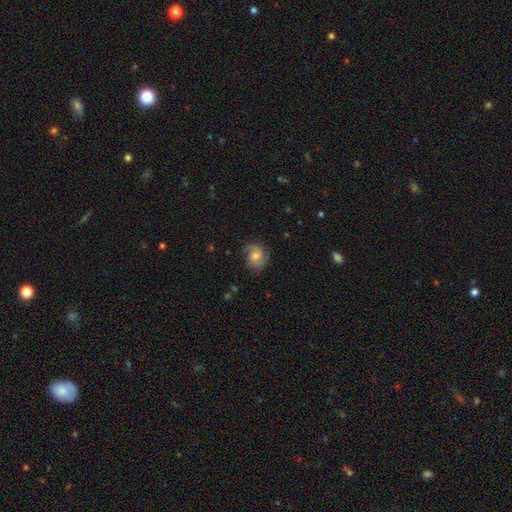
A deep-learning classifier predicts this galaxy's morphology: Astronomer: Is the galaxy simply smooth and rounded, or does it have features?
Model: featured or disk — 61%.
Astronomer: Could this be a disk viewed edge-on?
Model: no — 97%.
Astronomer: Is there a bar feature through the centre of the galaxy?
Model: no — 62%.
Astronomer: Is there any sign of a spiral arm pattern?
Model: yes — 92%.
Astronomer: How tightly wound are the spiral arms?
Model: medium — 45% (runner-up: tight, 32%).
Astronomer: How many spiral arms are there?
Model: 2 — 72%.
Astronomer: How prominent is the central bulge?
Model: moderate — 53% (runner-up: small, 34%).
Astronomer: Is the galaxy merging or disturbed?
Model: none — 72%.